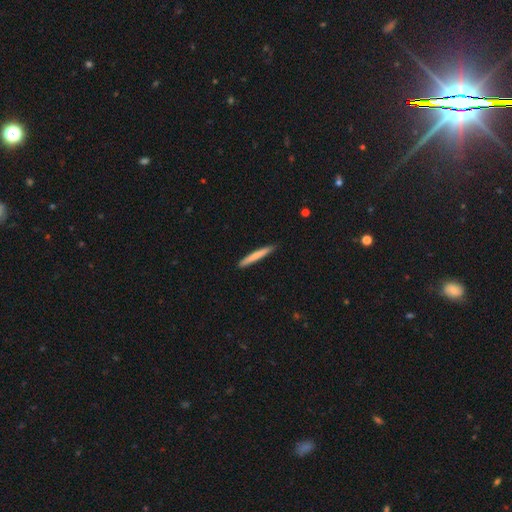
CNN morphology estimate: The model was most divided on "smooth or featured": smooth: 71%, featured or disk: 23%, star or artifact: 5%. More confident: how rounded — cigar-shaped (96%); merging — none (90%).